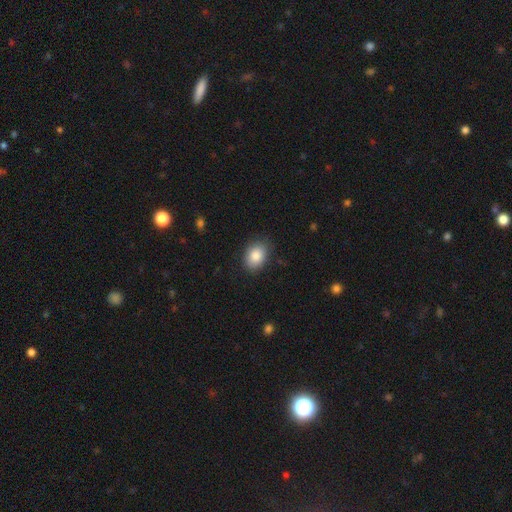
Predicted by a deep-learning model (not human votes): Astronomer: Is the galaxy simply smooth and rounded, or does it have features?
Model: smooth — 85%.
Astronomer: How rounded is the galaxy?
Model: in between — 72%.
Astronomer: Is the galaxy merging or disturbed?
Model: none — 82%.